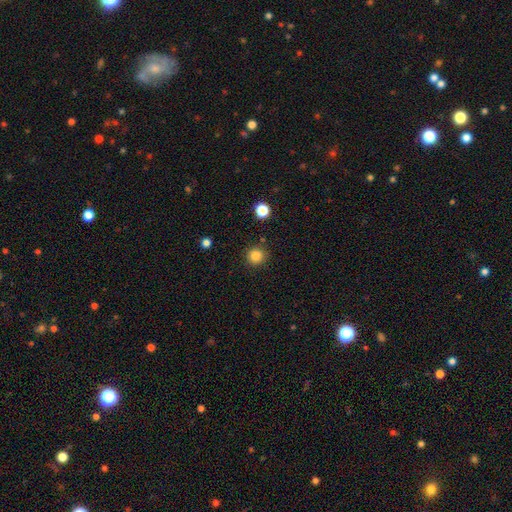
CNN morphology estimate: Smooth or featured: smooth — 84% (star or artifact — 12%)
How rounded: round — 94% (in between — 5%)
Merging: none — 88% (minor disturbance — 7%)